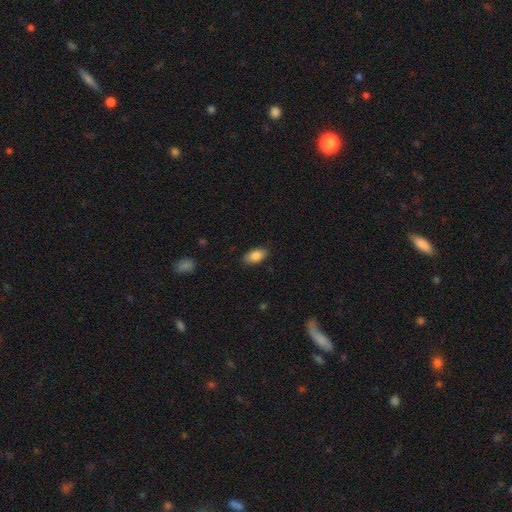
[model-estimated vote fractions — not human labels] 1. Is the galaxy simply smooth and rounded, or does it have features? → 86% smooth, 7% star or artifact, 7% featured or disk.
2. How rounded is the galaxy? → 92% in between, 4% cigar-shaped, 4% round.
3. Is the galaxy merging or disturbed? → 86% none, 11% minor disturbance, 2% major disturbance, 1% merger.